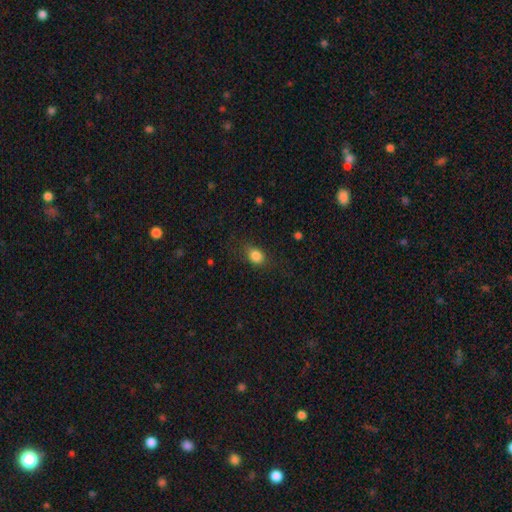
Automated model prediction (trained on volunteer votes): Morphology: type=smooth (84%); roundness=in between (61%); merging=none (74%).